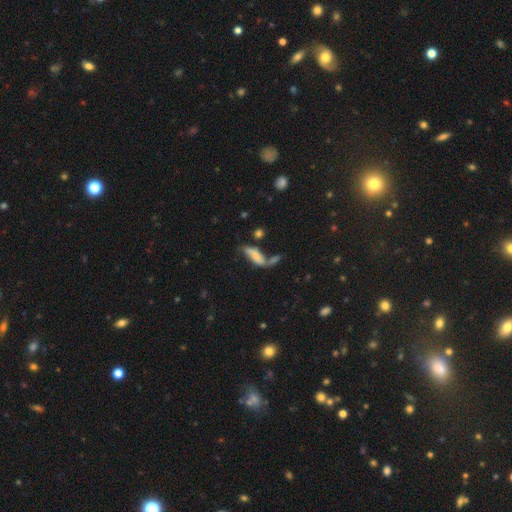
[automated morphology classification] The model was most divided on "merging": none: 33%, merger: 30%, minor disturbance: 19%, major disturbance: 17%. Remaining: smooth or featured — smooth (49%).